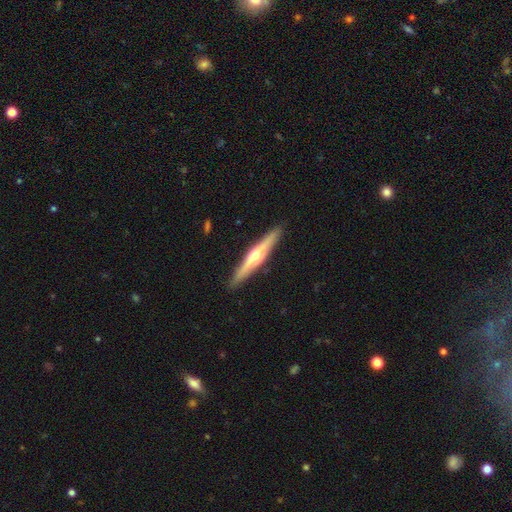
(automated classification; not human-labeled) Smooth or featured? featured or disk (69%)
Edge-on disk? yes (96%)
Edge-on bulge? rounded (89%)
Merging? none (90%)